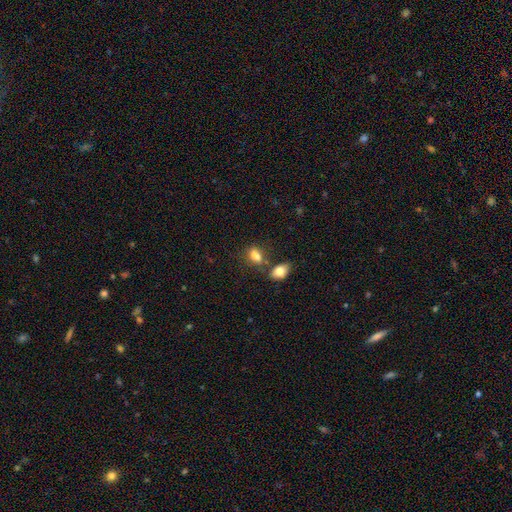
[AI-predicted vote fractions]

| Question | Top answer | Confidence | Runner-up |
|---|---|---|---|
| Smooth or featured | smooth | 78% | star or artifact (11%) |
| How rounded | in between | 80% | round (15%) |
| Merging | none | 46% | merger (30%) |